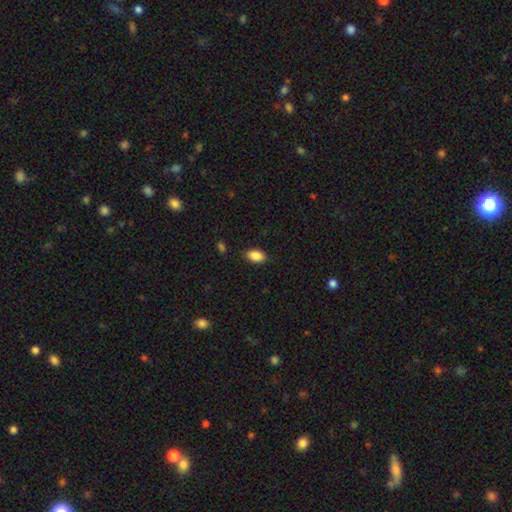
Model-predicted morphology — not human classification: smooth 89%, star or artifact 7%, featured or disk 4%. Down the decision tree: how rounded — in between (92%); merging — none (86%).